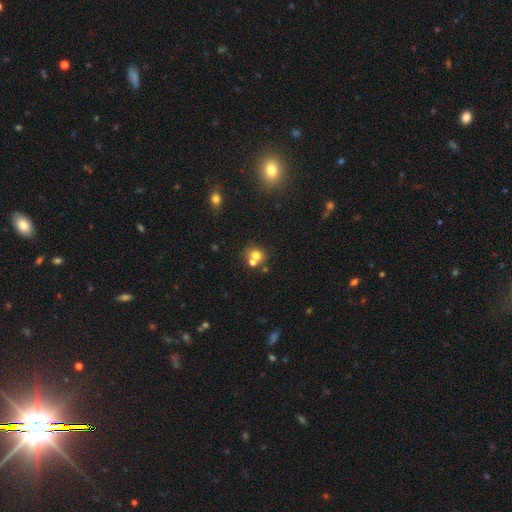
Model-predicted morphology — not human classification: A smooth galaxy with no disk features (69%) that is round (80%).

Vote fractions:
- Smooth or featured? smooth: 69% / featured or disk: 16% / star or artifact: 15%
- How rounded? round: 80% / in between: 19% / cigar-shaped: 1%
- Merging? merger: 45% / none: 44% / minor disturbance: 7% / major disturbance: 4%